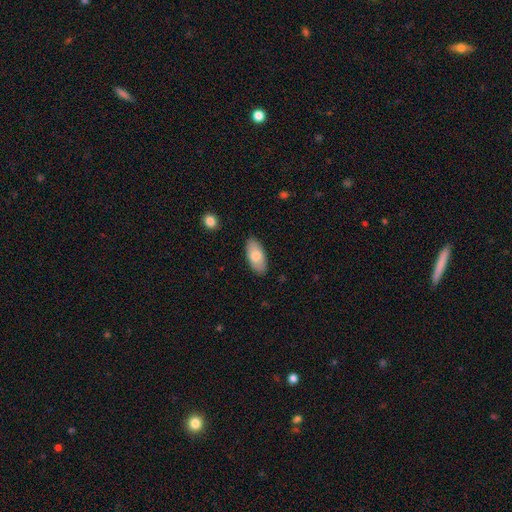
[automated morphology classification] Smooth or featured? smooth (81%)
How rounded? in between (90%)
Merging? none (87%)